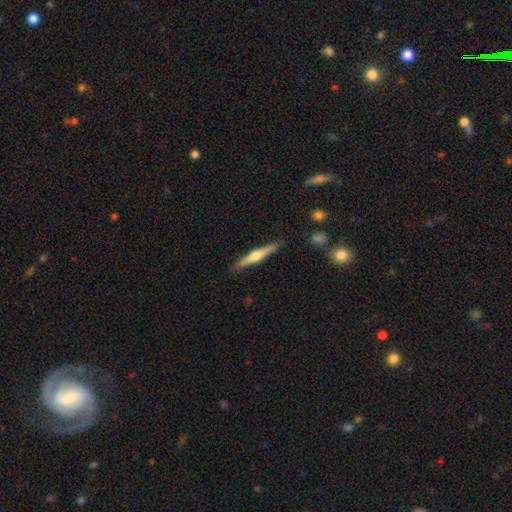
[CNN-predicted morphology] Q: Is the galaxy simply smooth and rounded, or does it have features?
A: featured or disk — 62%.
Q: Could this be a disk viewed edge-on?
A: yes — 97%.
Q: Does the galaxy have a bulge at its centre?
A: rounded — 90%.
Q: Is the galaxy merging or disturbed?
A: none — 88%.